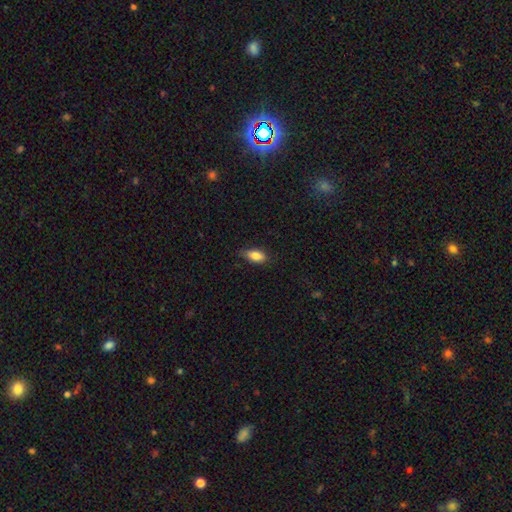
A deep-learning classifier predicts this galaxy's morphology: smooth_or_featured: smooth (p=0.85) [alt: star or artifact p=0.07]
how_rounded: in between (p=0.87) [alt: cigar-shaped p=0.09]
merging: none (p=0.78) [alt: minor disturbance p=0.18]